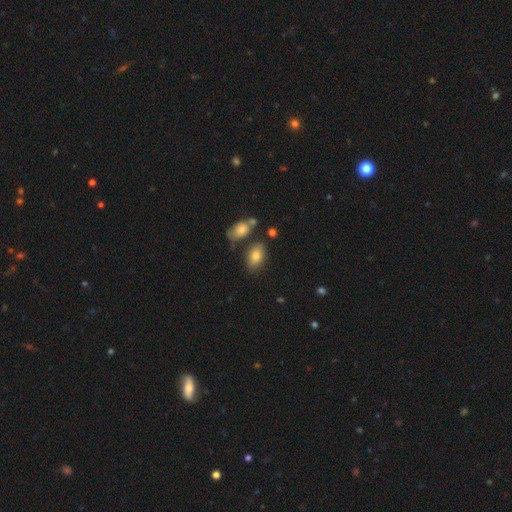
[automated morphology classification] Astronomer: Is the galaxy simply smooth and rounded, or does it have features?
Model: smooth — 80%.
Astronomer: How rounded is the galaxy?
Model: in between — 89%.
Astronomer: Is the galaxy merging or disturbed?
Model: none — 70%.